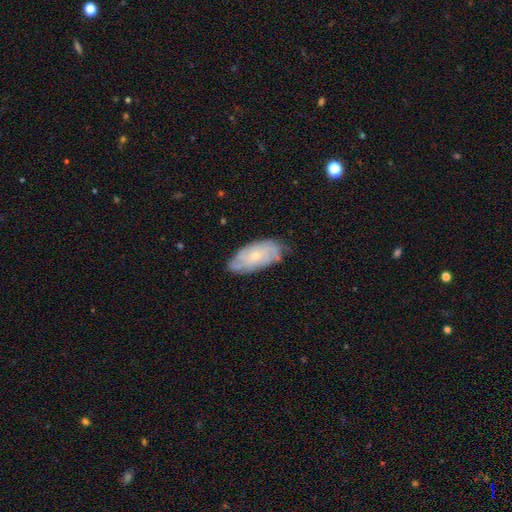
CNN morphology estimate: smooth_or_featured: featured or disk (p=0.61) [alt: smooth p=0.32]
disk_edge_on: no (p=0.91) [alt: yes p=0.09]
bar: no (p=0.81) [alt: weak p=0.16]
has_spiral_arms: yes (p=0.82) [alt: no p=0.18]
bulge_size: small (p=0.69) [alt: moderate p=0.27]
merging: none (p=0.73) [alt: minor disturbance p=0.21]